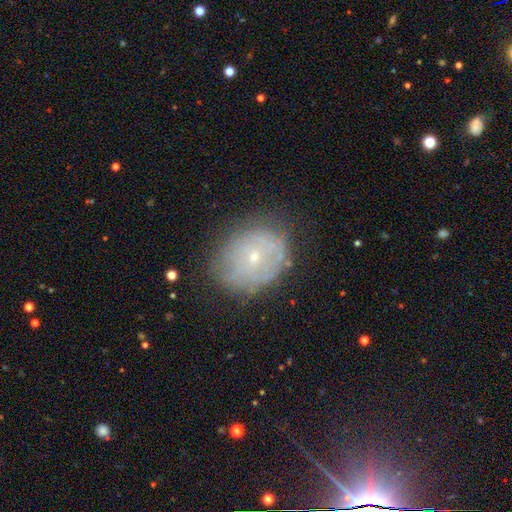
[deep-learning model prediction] The model was most divided on "smooth or featured": featured or disk: 46%, smooth: 41%, star or artifact: 13%. More confident: merging — none (72%).